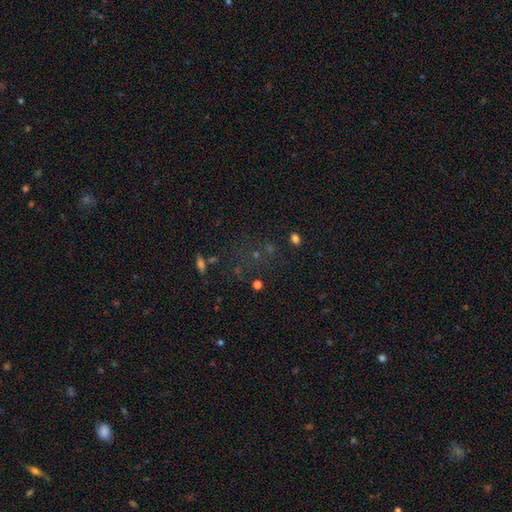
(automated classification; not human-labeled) Smooth or featured?
  - star or artifact: 56% *
  - smooth: 28%
  - featured or disk: 15%